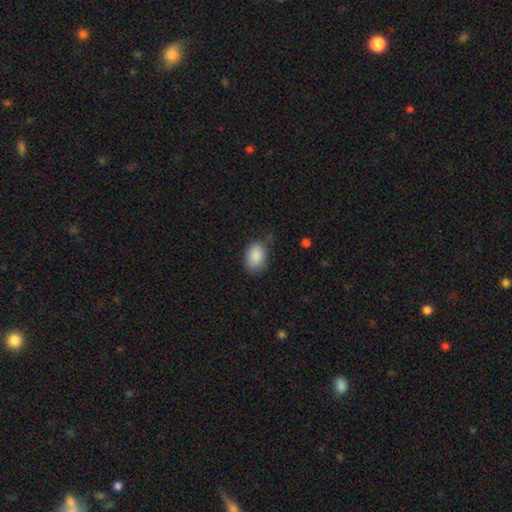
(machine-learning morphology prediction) smooth_or_featured: smooth (p=0.88) [alt: star or artifact p=0.07]
how_rounded: in between (p=0.82) [alt: round p=0.17]
merging: none (p=0.68) [alt: minor disturbance p=0.25]